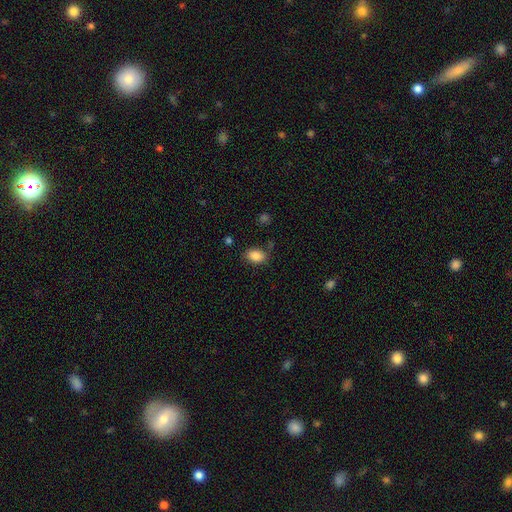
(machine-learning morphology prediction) smooth 86%, star or artifact 9%, featured or disk 6%. Down the decision tree: how rounded — in between (82%); merging — none (80%).